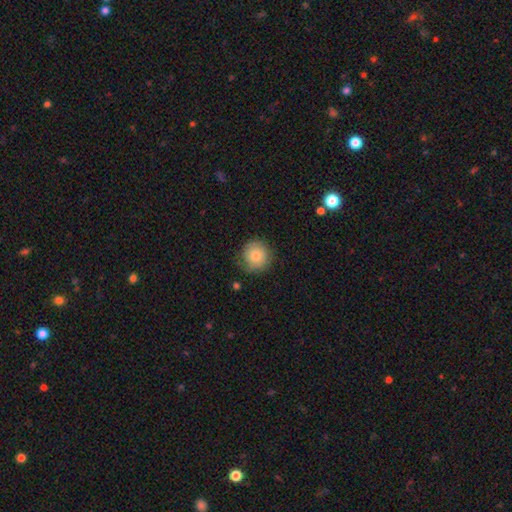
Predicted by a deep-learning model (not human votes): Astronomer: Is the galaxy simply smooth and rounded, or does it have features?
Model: smooth — 79%.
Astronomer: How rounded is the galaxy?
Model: round — 93%.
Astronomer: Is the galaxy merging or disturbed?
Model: none — 78%.